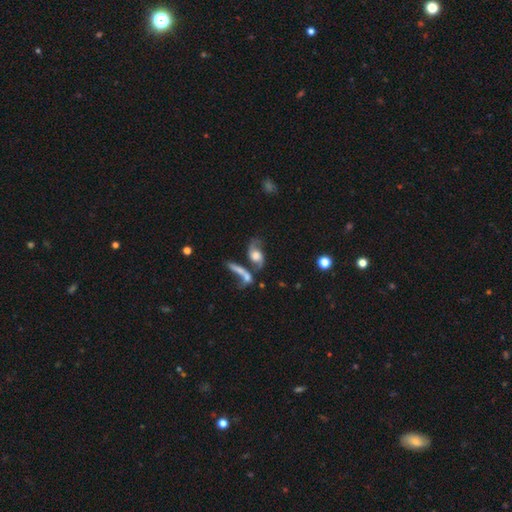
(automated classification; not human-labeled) A featured or disk galaxy (66%) with no bar (72%), spiral arms (85%) and a large central bulge (42%).

Vote fractions:
- Smooth or featured? featured or disk: 66% / smooth: 25% / star or artifact: 9%
- Edge-on disk? no: 89% / yes: 11%
- Bar? no: 72% / weak: 23% / strong: 6%
- Spiral arms? yes: 85% / no: 15%
- Bulge size? large: 42% / moderate: 32% / small: 10% / none: 10% / dominant: 6%
- Merging? merger: 36% / none: 32% / major disturbance: 18% / minor disturbance: 15%